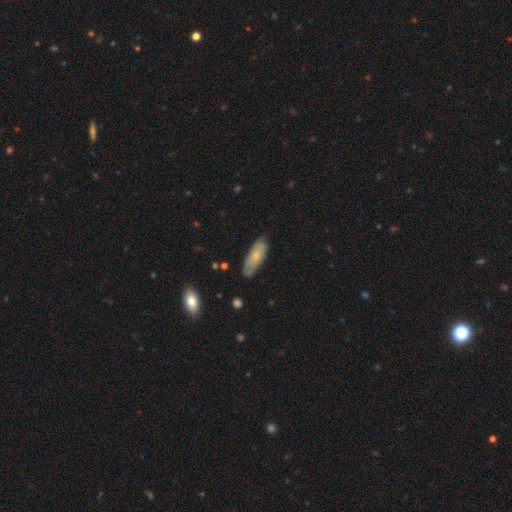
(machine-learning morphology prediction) This is likely a smooth galaxy (64%). How rounded: likely in between (69%). Merging: likely none (72%).